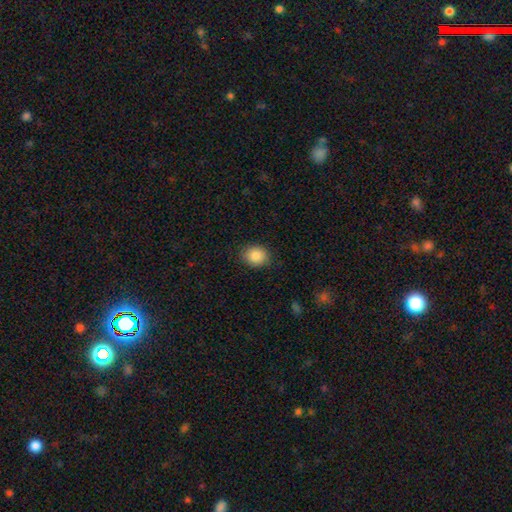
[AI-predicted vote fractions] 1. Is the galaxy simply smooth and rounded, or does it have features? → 87% smooth, 8% star or artifact, 5% featured or disk.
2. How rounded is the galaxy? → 60% round, 39% in between, 1% cigar-shaped.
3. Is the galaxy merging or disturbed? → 86% none, 10% minor disturbance, 3% major disturbance, 1% merger.